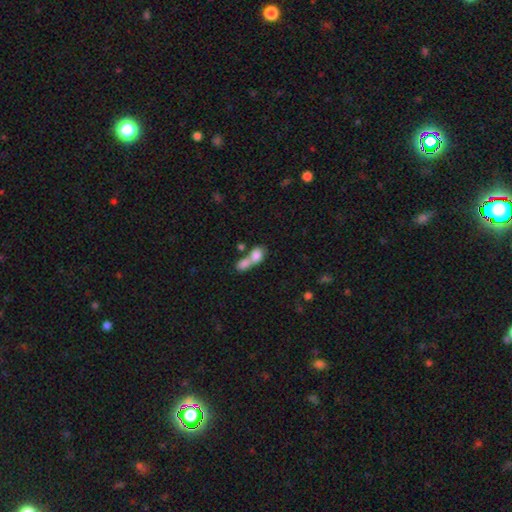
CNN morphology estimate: smooth-or-featured: smooth: 78% | featured or disk: 14% | star or artifact: 8%
  how-rounded: in between: 62% | round: 33% | cigar-shaped: 5%
  merging: merger: 74% | none: 16% | minor disturbance: 5% | major disturbance: 4%